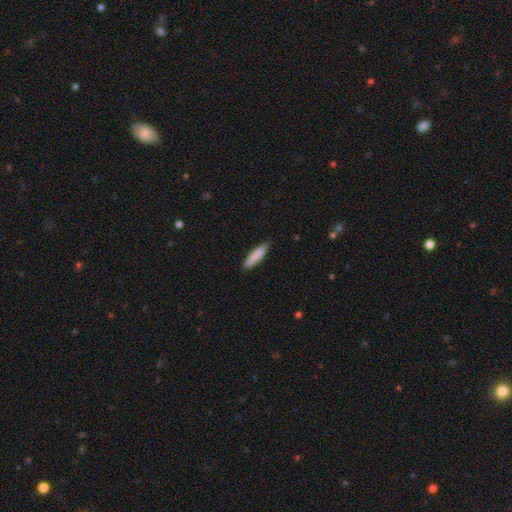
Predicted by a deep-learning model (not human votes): Morphology: type=smooth (83%); roundness=cigar-shaped (82%); merging=none (81%).